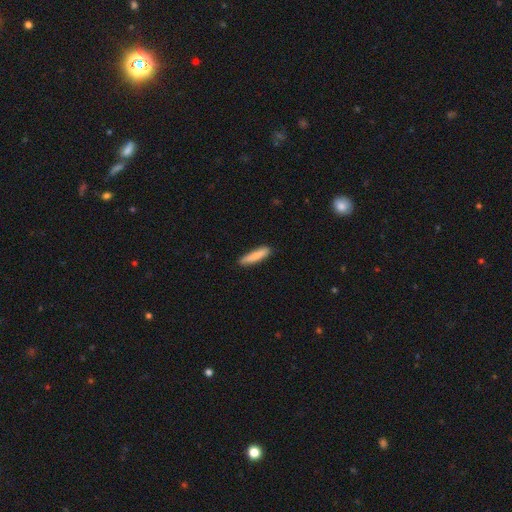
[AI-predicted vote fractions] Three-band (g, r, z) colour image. It shows a smooth galaxy with no disk features (82%) that is cigar-shaped (84%). Merging: none (87%).